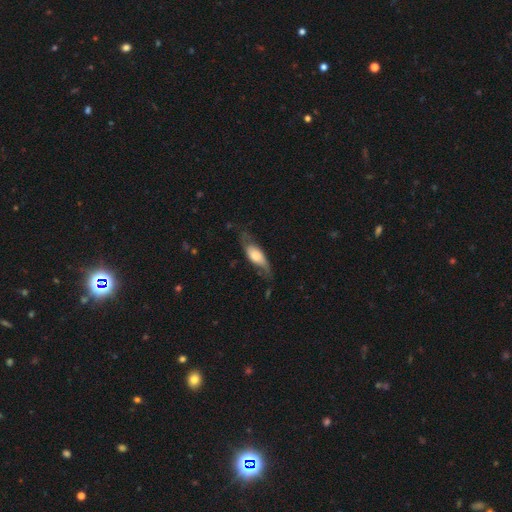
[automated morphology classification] This is possibly a smooth galaxy (49%). Merging: possibly none (54%).